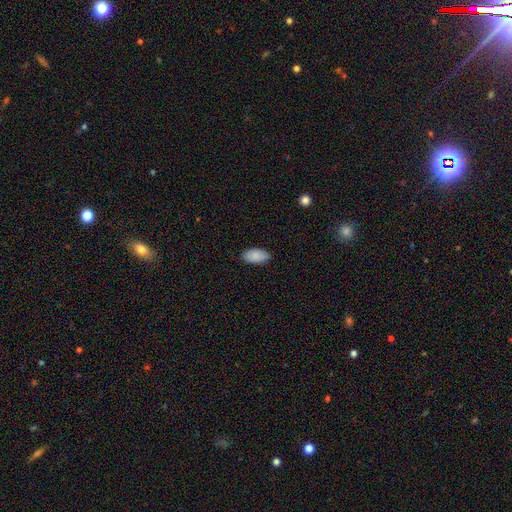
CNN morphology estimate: Smooth or featured? Predicted: smooth (p=0.88). How rounded? Predicted: in between (p=0.95). Merging? Predicted: none (p=0.86).